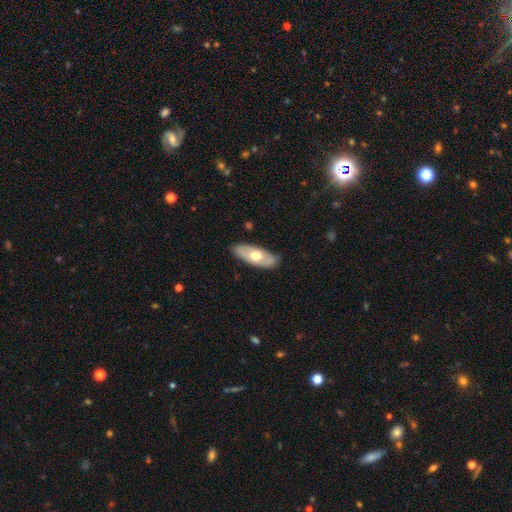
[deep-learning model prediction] A smooth galaxy with no disk features (53%) that is in between round and cigar-shaped (82%). Merging: none (83%).